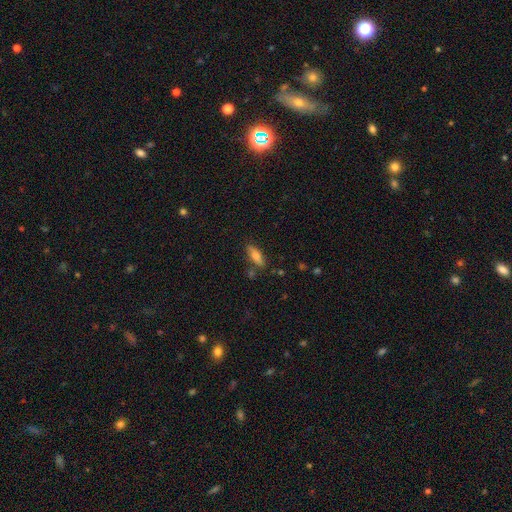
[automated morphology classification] smooth_or_featured: smooth (p=0.75) [alt: featured or disk p=0.17]
how_rounded: in between (p=0.59) [alt: cigar-shaped p=0.39]
merging: none (p=0.78) [alt: minor disturbance p=0.14]